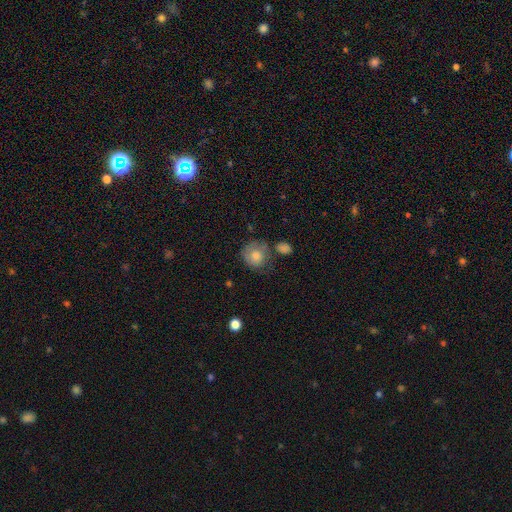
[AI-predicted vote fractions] Smooth or featured: smooth — 66% (featured or disk — 23%)
How rounded: round — 81% (in between — 18%)
Merging: none — 58% (minor disturbance — 22%)